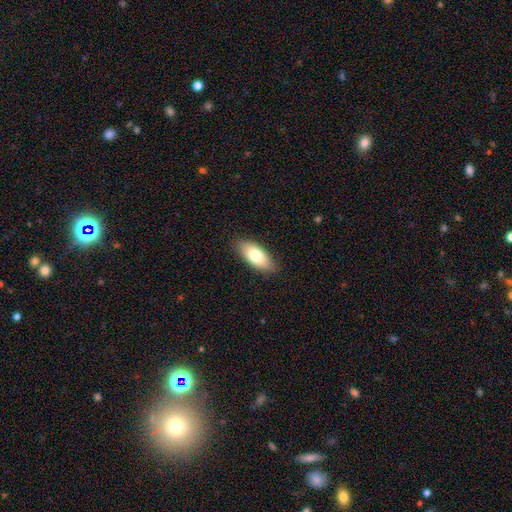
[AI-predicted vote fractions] Smooth or featured? Predicted: smooth (p=0.79). How rounded? Predicted: in between (p=0.87). Merging? Predicted: none (p=0.87).